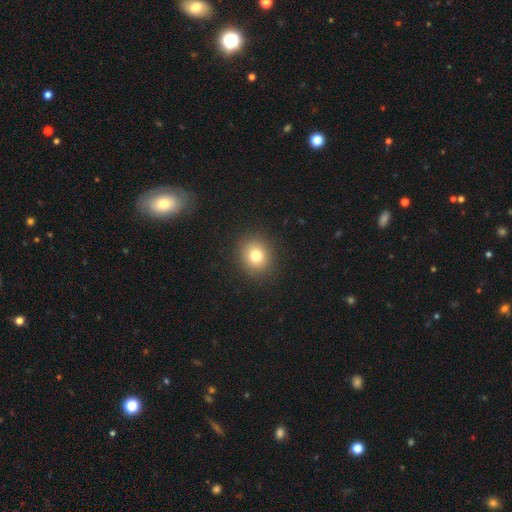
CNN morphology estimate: smooth_or_featured: smooth (p=0.78) [alt: star or artifact p=0.13]
how_rounded: round (p=0.78) [alt: in between p=0.22]
merging: none (p=0.90) [alt: minor disturbance p=0.06]